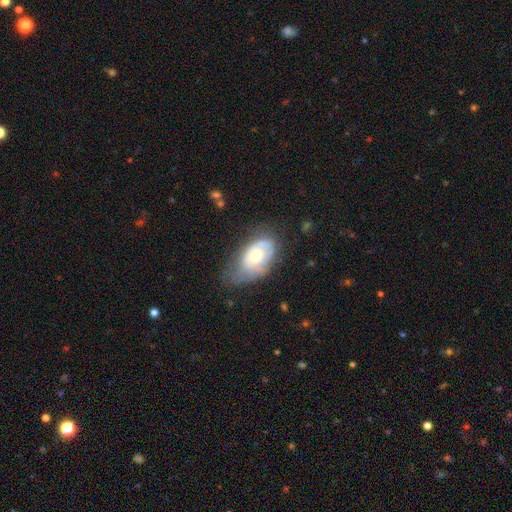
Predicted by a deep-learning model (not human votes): This appears to be a featured or disk galaxy (51%). Merging: none (42%).